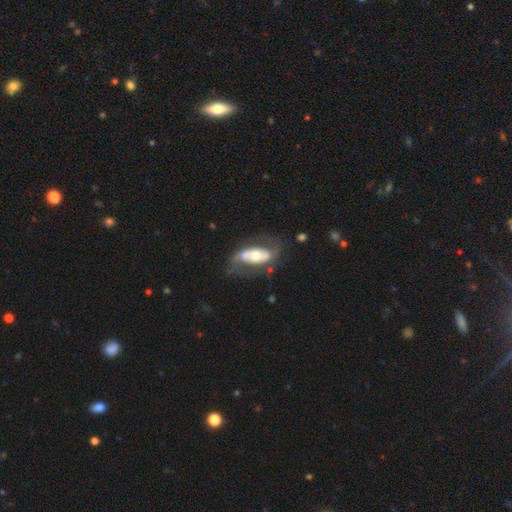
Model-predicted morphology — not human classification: Smooth or featured: featured or disk — 69% (smooth — 25%)
Edge-on disk: no — 90% (yes — 10%)
Bar: no — 48% (strong — 30%)
Spiral arms: yes — 68% (no — 32%)
Bulge size: moderate — 61% (small — 24%)
Merging: none — 59% (minor disturbance — 20%)